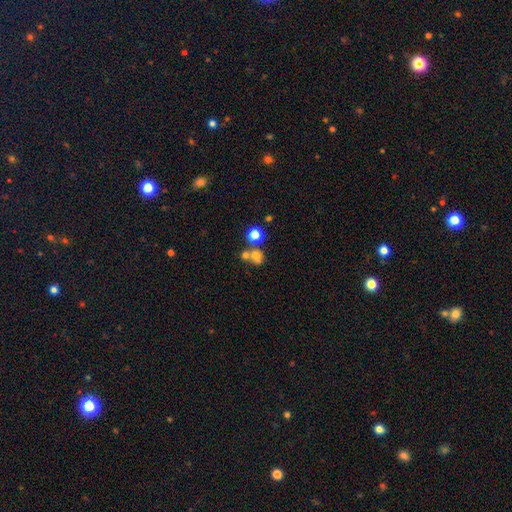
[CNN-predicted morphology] type=smooth (68%); roundness=round (80%); merging=none (44%).